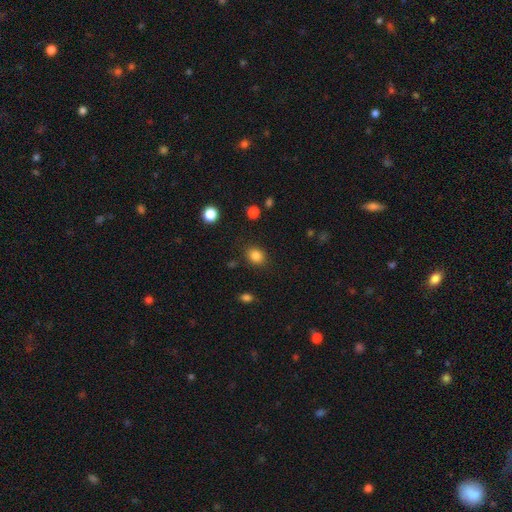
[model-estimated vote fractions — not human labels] Overall: smooth (84%). How rounded: round (56%; in between 43%). Merging: none (85%).